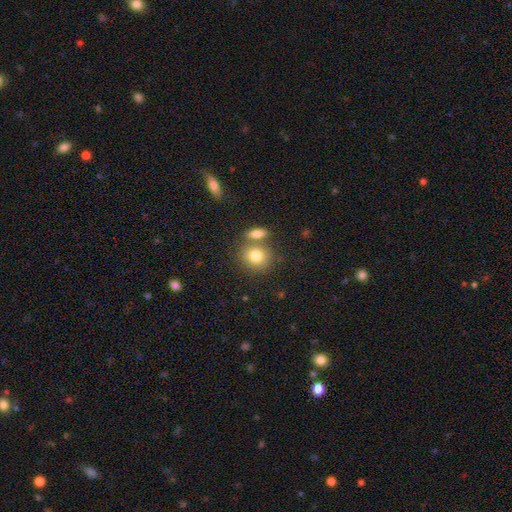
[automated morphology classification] type=smooth (80%); roundness=round (72%); merging=none (56%).